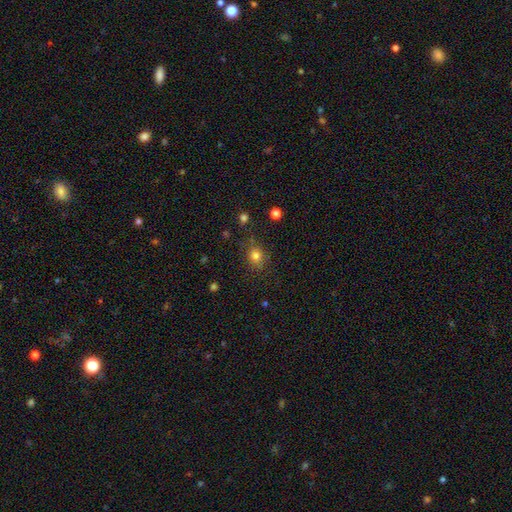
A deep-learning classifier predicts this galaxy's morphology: A smooth galaxy with no disk features (79%) that is round (71%). Merging: none (79%).